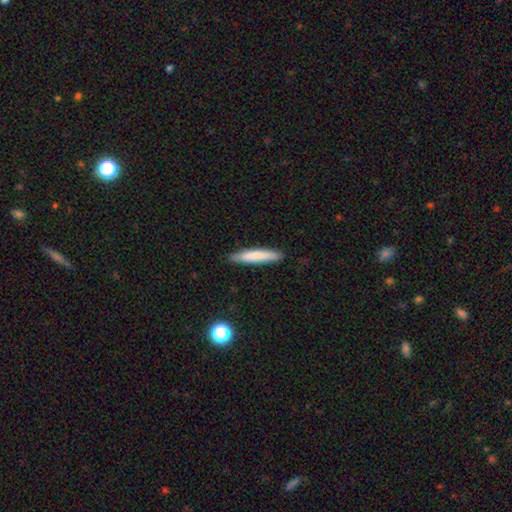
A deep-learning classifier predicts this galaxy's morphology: smooth 77%, featured or disk 16%, star or artifact 6%. Down the decision tree: how rounded — cigar-shaped (91%); merging — none (87%).